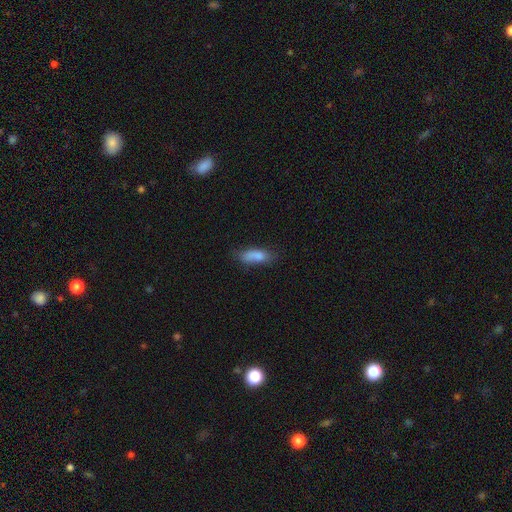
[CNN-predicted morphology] Smooth or featured? Predicted: smooth (p=0.80). How rounded? Predicted: in between (p=0.68). Merging? Predicted: none (p=0.54).